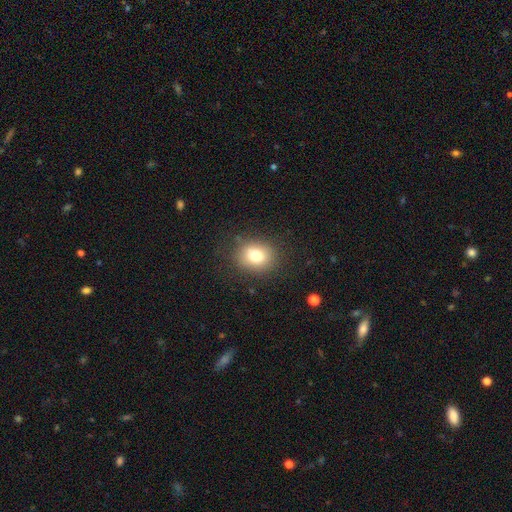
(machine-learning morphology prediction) Smooth or featured? Predicted: smooth (p=0.77). How rounded? Predicted: round (p=0.60). Merging? Predicted: none (p=0.83).